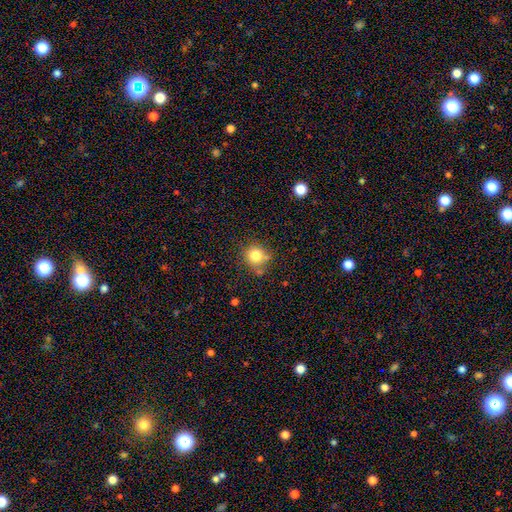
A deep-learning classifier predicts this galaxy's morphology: Smooth or featured: smooth — 79% (star or artifact — 13%)
How rounded: round — 85% (in between — 14%)
Merging: none — 69% (minor disturbance — 18%)